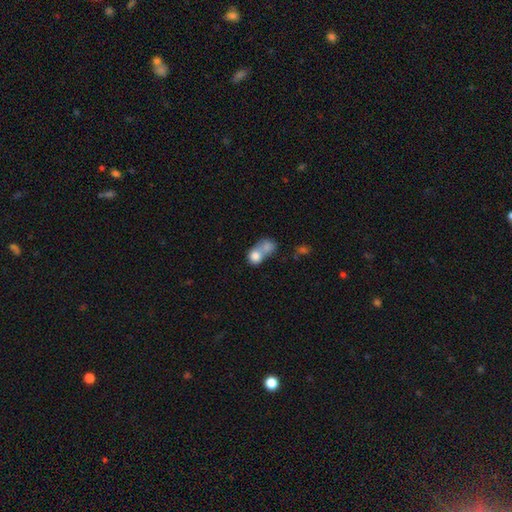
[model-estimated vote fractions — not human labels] Smooth or featured: smooth — 77% (featured or disk — 14%)
How rounded: round — 61% (in between — 37%)
Merging: merger — 71% (none — 18%)